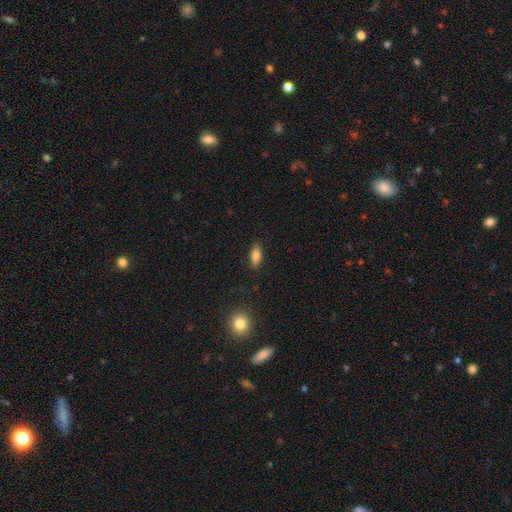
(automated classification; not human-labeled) smooth 82%, featured or disk 10%, star or artifact 8%. Down the decision tree: how rounded — in between (82%); merging — none (87%).